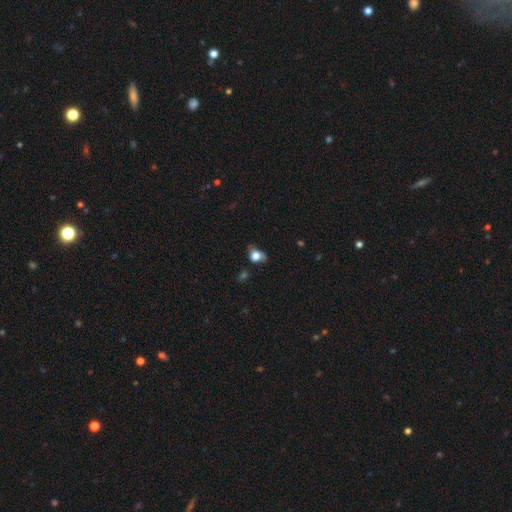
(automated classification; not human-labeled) A smooth galaxy with no disk features (70%) that is in between round and cigar-shaped (51%). Merging: none (41%).